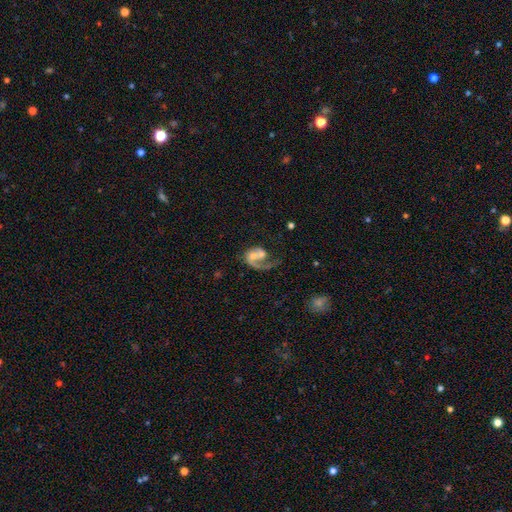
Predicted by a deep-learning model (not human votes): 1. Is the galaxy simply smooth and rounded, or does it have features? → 71% featured or disk, 22% smooth, 7% star or artifact.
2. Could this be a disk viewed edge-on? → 98% no, 2% yes.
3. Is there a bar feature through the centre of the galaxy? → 70% no, 24% weak, 6% strong.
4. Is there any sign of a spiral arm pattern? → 82% yes, 18% no.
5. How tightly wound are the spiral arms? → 53% loose, 31% medium, 15% tight.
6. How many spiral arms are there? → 87% 1, 7% 2, 4% can't tell, 1% 3, 1% 4, 1% more than 4.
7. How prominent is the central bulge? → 41% moderate, 30% small, 13% none, 12% large, 3% dominant.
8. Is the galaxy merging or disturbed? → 32% major disturbance, 31% merger, 25% none, 12% minor disturbance.